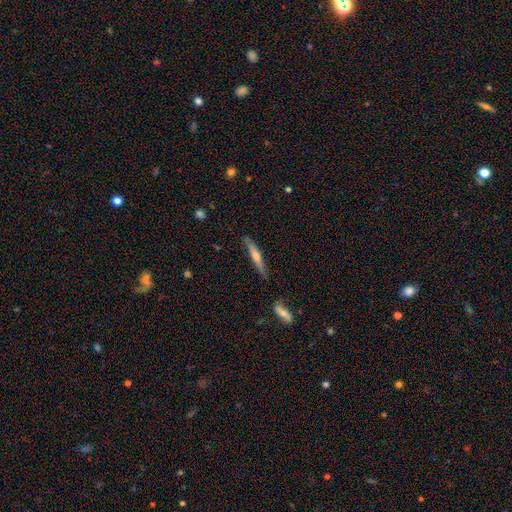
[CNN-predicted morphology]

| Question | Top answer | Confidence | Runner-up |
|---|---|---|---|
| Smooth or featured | featured or disk | 60% | smooth (33%) |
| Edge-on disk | yes | 94% | no (6%) |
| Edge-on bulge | rounded | 75% | none (18%) |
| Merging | none | 82% | minor disturbance (13%) |